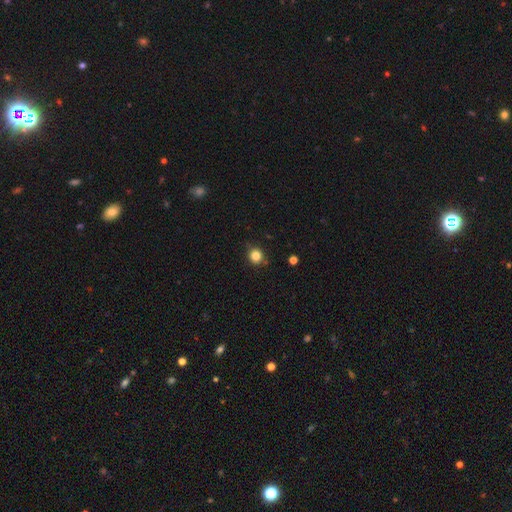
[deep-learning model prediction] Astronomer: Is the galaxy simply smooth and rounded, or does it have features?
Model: smooth — 82%.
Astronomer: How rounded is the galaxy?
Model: round — 87%.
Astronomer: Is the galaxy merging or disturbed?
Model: none — 82%.